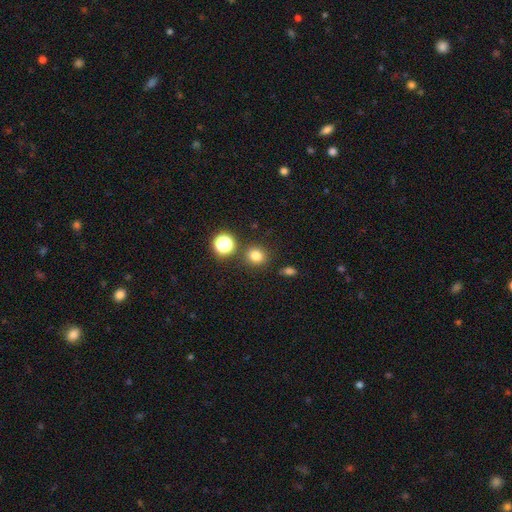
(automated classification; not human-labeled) A smooth galaxy with no disk features (78%) that is round (82%). Merging: none (83%).